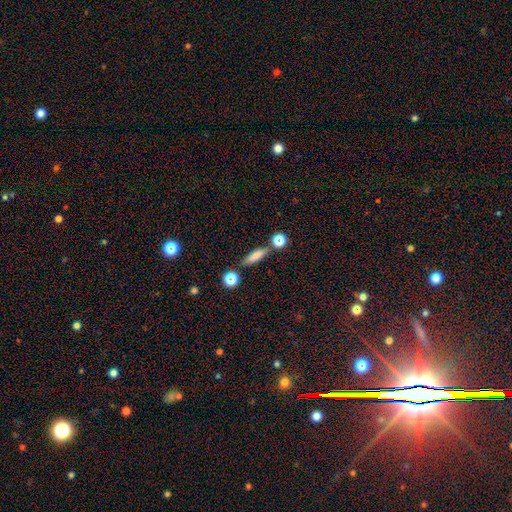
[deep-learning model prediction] smooth 70%, featured or disk 18%, star or artifact 12%. Down the decision tree: how rounded — cigar-shaped (63%); merging — none (78%).